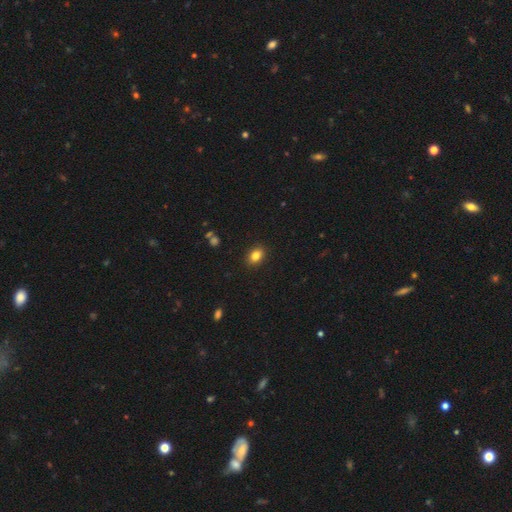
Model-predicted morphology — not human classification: This appears to be a smooth galaxy with no disk features (83%) that is in between round and cigar-shaped (64%). Merging: none (89%).